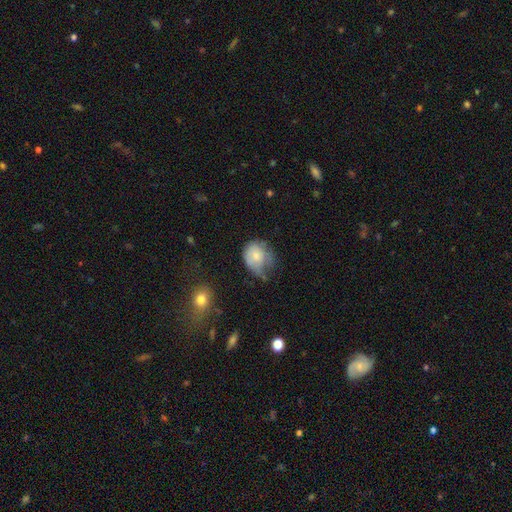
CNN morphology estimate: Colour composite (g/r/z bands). It shows a smooth galaxy with no disk features (68%) that is round (59%). Merging: minor disturbance (40%).